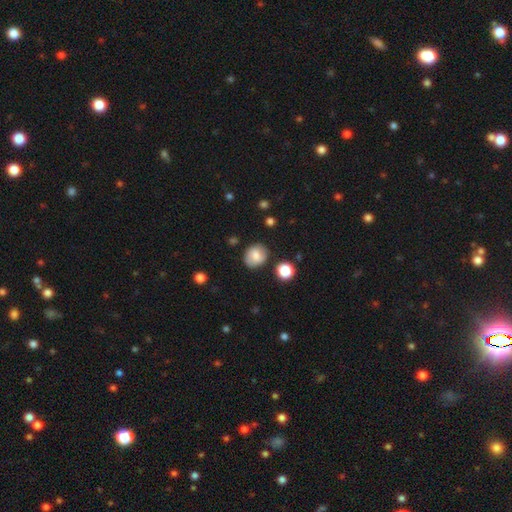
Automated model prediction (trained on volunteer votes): Smooth or featured? smooth (73%)
How rounded? round (56%)
Merging? none (81%)